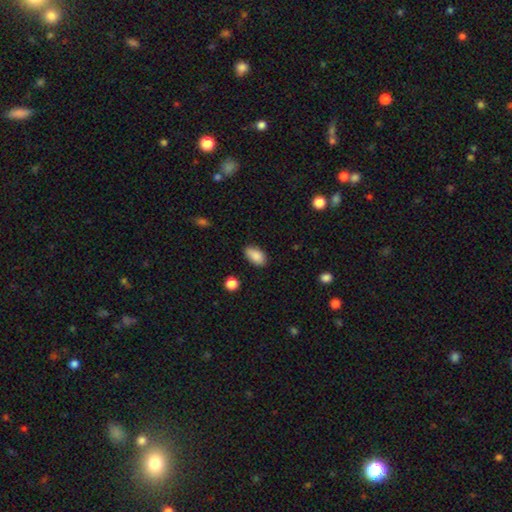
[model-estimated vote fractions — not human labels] smooth 88%, star or artifact 7%, featured or disk 5%. Down the decision tree: how rounded — in between (93%); merging — none (81%).